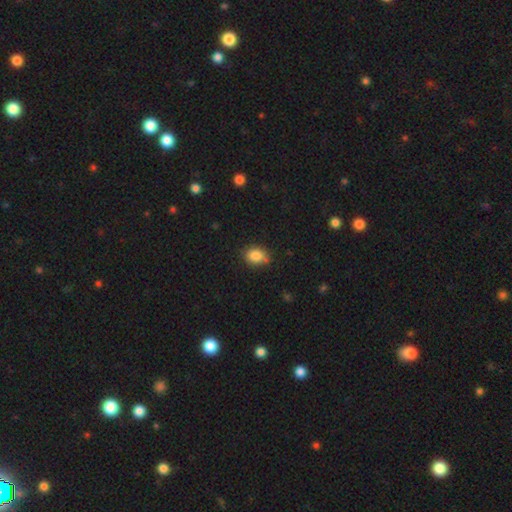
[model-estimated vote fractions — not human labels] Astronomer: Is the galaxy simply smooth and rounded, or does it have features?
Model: smooth — 85%.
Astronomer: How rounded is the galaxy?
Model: in between — 63%.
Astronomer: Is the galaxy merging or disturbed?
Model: none — 73%.